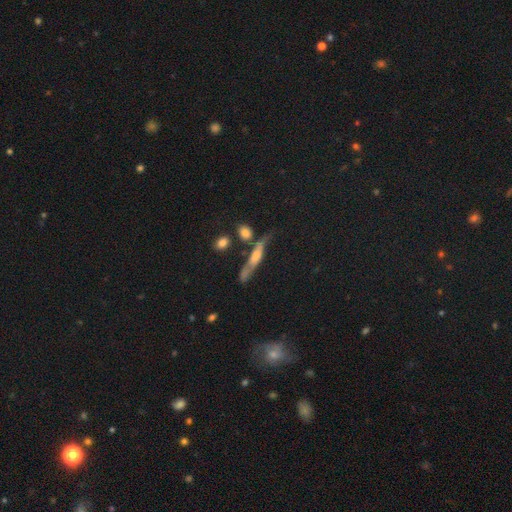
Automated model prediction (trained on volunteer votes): This appears to be a featured or disk galaxy (57%) viewed edge-on (79%). Merging: none (56%).